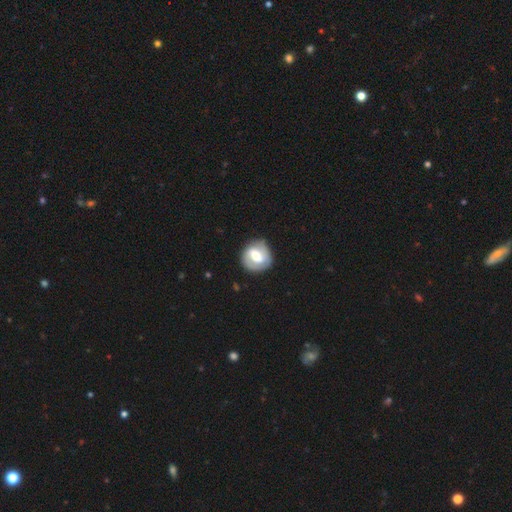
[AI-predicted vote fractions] The model was most divided on "bar": weak: 46%, strong: 36%, no: 19%. More confident: edge-on disk — no (97%); spiral arms — yes (79%); merging — none (78%); spiral arm count — 2 (74%); smooth or featured — featured or disk (66%); bulge size — moderate (58%); spiral winding — tight (51%).